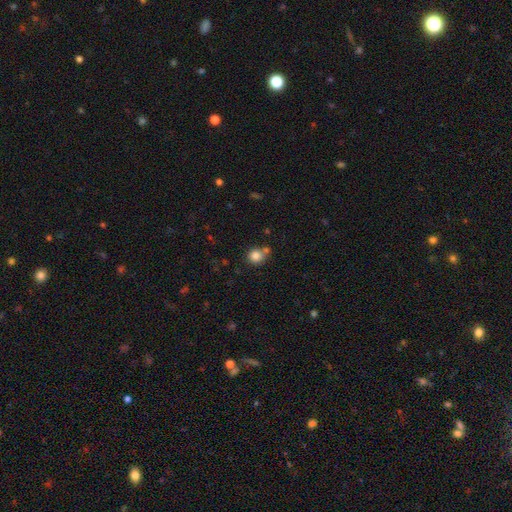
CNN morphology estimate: smooth-or-featured: smooth: 83% | star or artifact: 11% | featured or disk: 6%
  how-rounded: round: 85% | in between: 14% | cigar-shaped: 1%
  merging: none: 64% | merger: 19% | minor disturbance: 13% | major disturbance: 4%